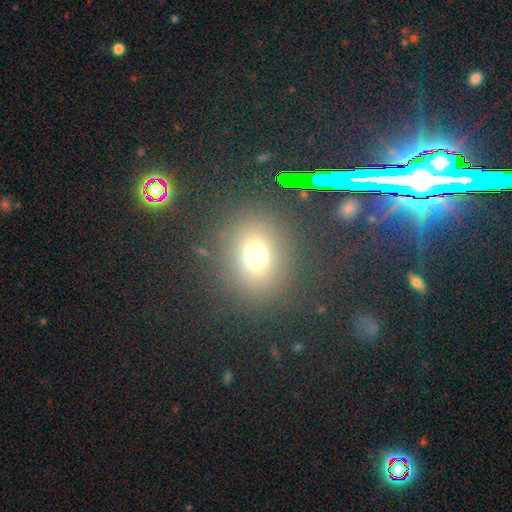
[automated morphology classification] A smooth galaxy with no disk features (68%) that is round (69%). Merging: none (83%).